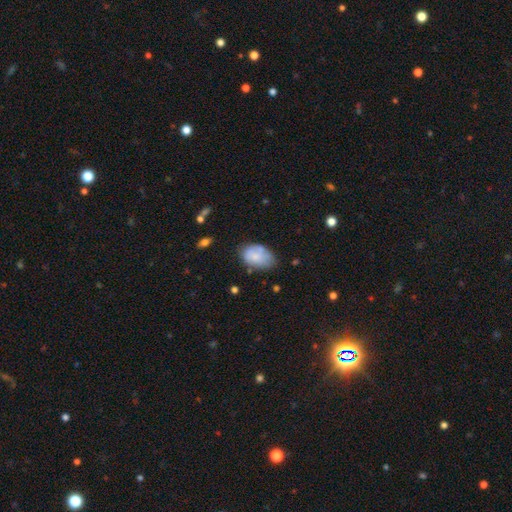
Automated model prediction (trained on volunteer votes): The model was most divided on "merging": none: 57%, minor disturbance: 28%, major disturbance: 8%, merger: 7%. More confident: how rounded — in between (87%); smooth or featured — smooth (72%).